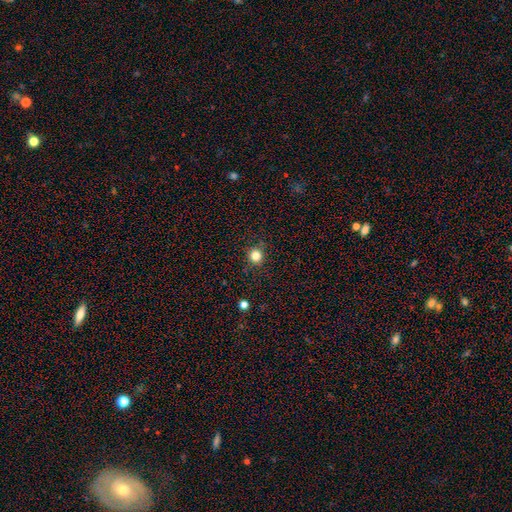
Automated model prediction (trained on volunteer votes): The model was most divided on "smooth or featured": smooth: 82%, star or artifact: 13%, featured or disk: 5%. More confident: how rounded — round (92%); merging — none (90%).